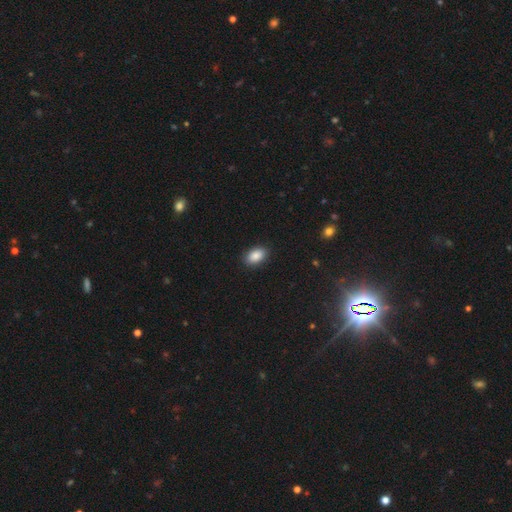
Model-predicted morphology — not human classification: smooth-or-featured: smooth: 89% | star or artifact: 8% | featured or disk: 4%
  how-rounded: in between: 91% | round: 8% | cigar-shaped: 2%
  merging: none: 89% | minor disturbance: 8% | major disturbance: 2% | merger: 1%